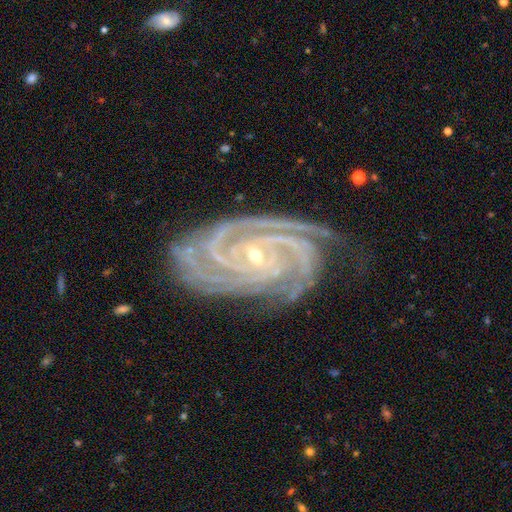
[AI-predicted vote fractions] Smooth or featured? featured or disk (93%)
Edge-on disk? no (97%)
Bar? no (46%)
Spiral arms? yes (99%)
Spiral winding? tight (78%)
Spiral arm count? 4 (30%)
Bulge size? small (77%)
Merging? none (72%)